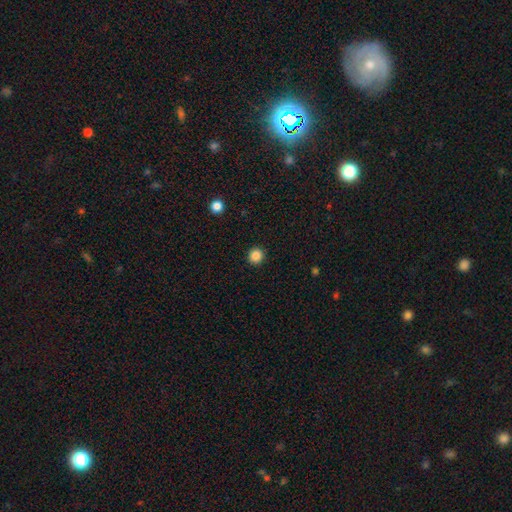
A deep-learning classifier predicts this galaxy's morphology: Smooth or featured? smooth (85%)
How rounded? round (94%)
Merging? none (93%)